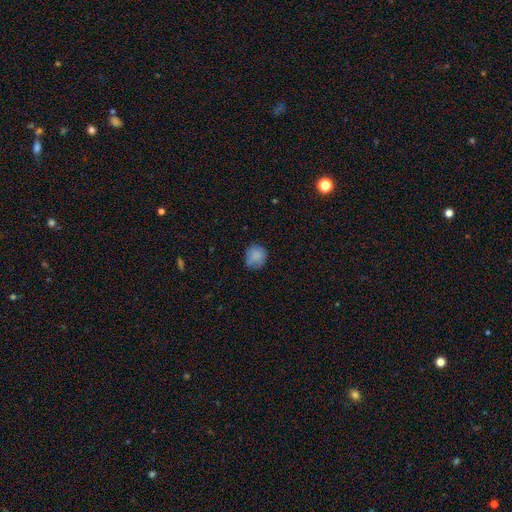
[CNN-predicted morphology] Smooth or featured? smooth (83%)
How rounded? round (82%)
Merging? none (75%)